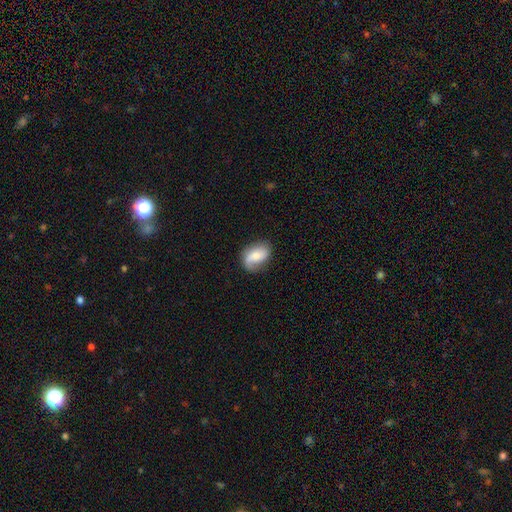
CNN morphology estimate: type=smooth (53%); roundness=in between (84%); merging=none (64%).